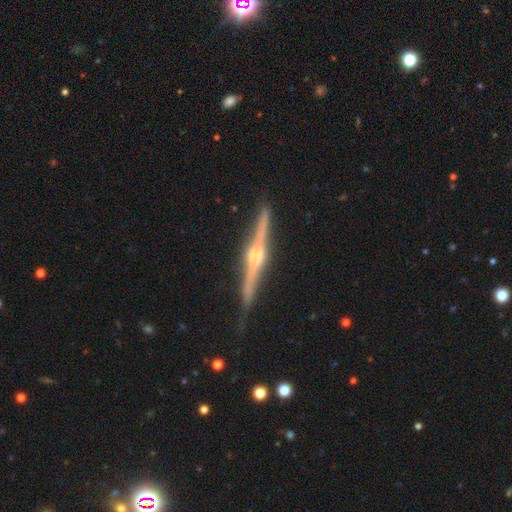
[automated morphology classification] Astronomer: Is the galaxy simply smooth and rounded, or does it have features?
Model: featured or disk — 88%.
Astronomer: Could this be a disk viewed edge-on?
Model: yes — 98%.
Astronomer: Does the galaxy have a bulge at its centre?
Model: rounded — 91%.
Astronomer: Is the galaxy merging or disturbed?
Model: none — 87%.